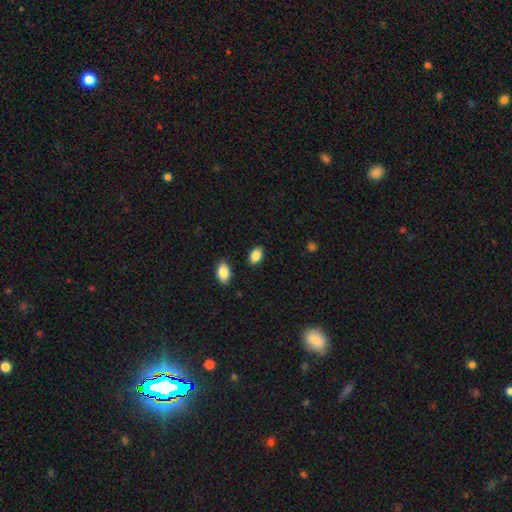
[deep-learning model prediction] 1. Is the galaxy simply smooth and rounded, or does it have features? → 88% smooth, 8% star or artifact, 5% featured or disk.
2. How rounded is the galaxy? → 85% in between, 14% round, 1% cigar-shaped.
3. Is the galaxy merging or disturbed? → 85% none, 10% minor disturbance, 3% merger, 2% major disturbance.